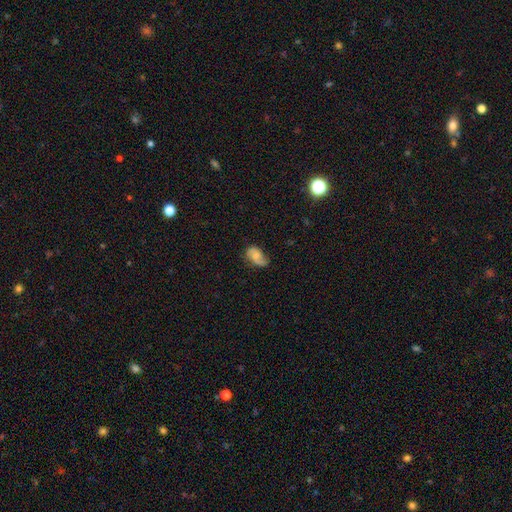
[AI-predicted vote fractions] Overall: featured or disk (52%; smooth 40%). Edge-on disk: no (97%). Bar: no (65%; weak 29%). Spiral arms: yes (87%). Bulge size: small (45%; moderate 31%). Merging: none (52%; minor disturbance 30%).